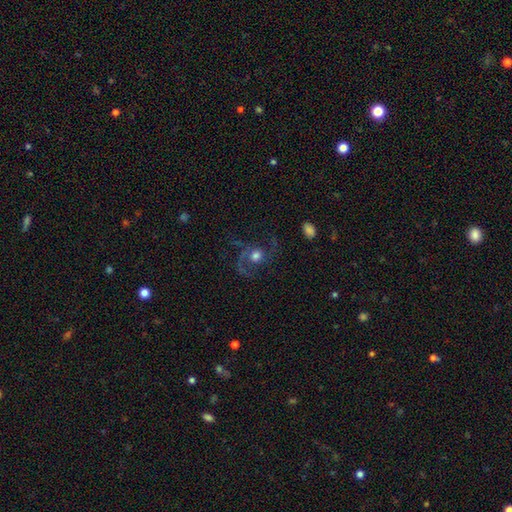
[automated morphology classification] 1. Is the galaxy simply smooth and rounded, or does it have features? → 73% featured or disk, 17% smooth, 10% star or artifact.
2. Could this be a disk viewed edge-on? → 97% no, 3% yes.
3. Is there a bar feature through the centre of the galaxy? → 74% no, 22% weak, 5% strong.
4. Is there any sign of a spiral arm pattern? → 92% yes, 8% no.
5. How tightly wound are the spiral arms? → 48% medium, 41% loose, 11% tight.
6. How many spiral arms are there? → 81% 2, 6% 1, 5% 3, 5% can't tell, 2% 4, 2% more than 4.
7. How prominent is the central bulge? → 58% moderate, 23% large, 12% small, 4% dominant, 2% none.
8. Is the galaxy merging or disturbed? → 62% none, 20% major disturbance, 15% minor disturbance, 3% merger.